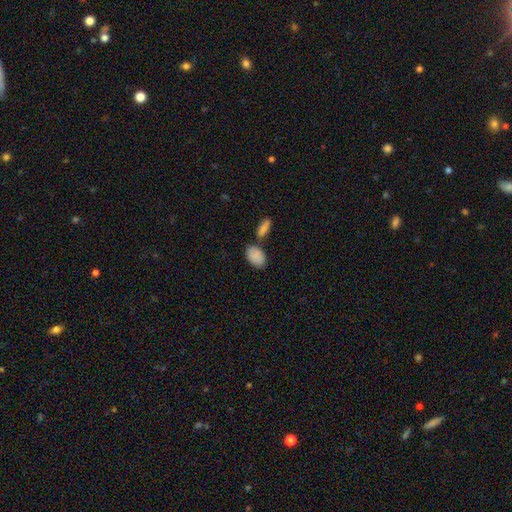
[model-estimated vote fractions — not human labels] This is clearly a smooth galaxy (88%). How rounded: clearly in between (92%). Merging: likely none (64%).